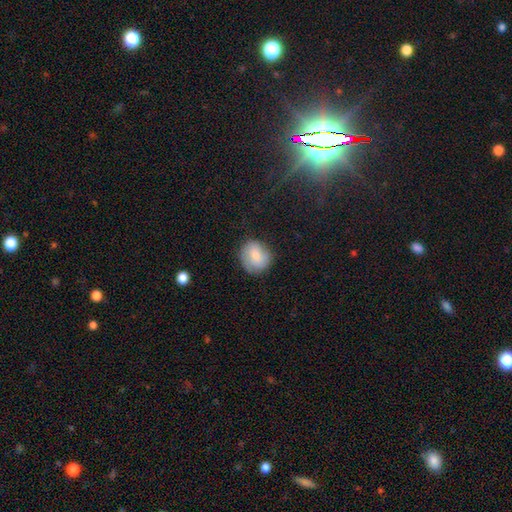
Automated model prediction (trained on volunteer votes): Q: Smooth or featured?
A: smooth (72%); runner-up: featured or disk (20%)
Q: How rounded?
A: round (80%); runner-up: in between (19%)
Q: Merging?
A: none (76%); runner-up: minor disturbance (18%)